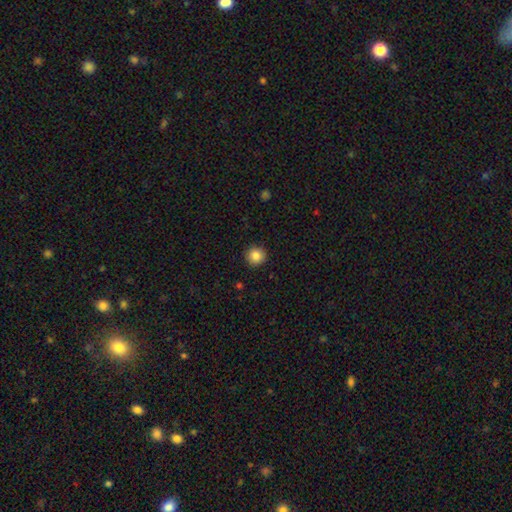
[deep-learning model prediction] smooth_or_featured: smooth (p=0.86) [alt: star or artifact p=0.10]
how_rounded: round (p=0.94) [alt: in between p=0.05]
merging: none (p=0.92) [alt: minor disturbance p=0.05]